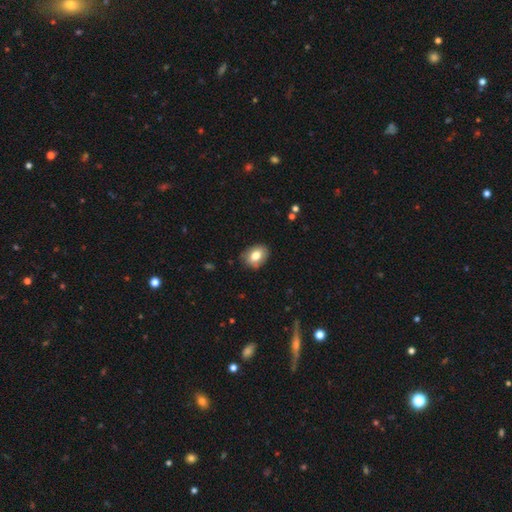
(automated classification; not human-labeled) Smooth or featured?
  - smooth: 79% *
  - featured or disk: 13%
  - star or artifact: 8%
How rounded?
  - in between: 71% *
  - round: 28%
  - cigar-shaped: 1%
Merging?
  - none: 82% *
  - minor disturbance: 14%
  - major disturbance: 3%
  - merger: 1%